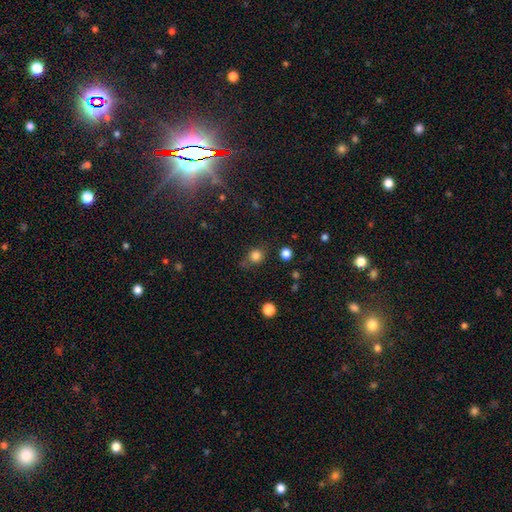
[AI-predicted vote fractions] This appears to be a smooth galaxy with no disk features (81%) that is round (83%). Merging: none (71%).